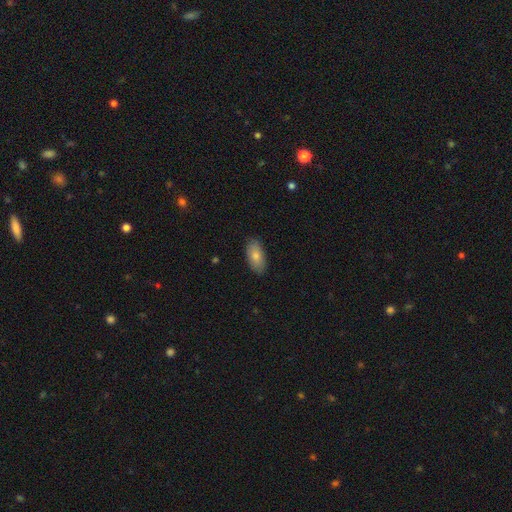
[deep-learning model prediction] Smooth or featured? smooth (81%)
How rounded? in between (92%)
Merging? none (86%)